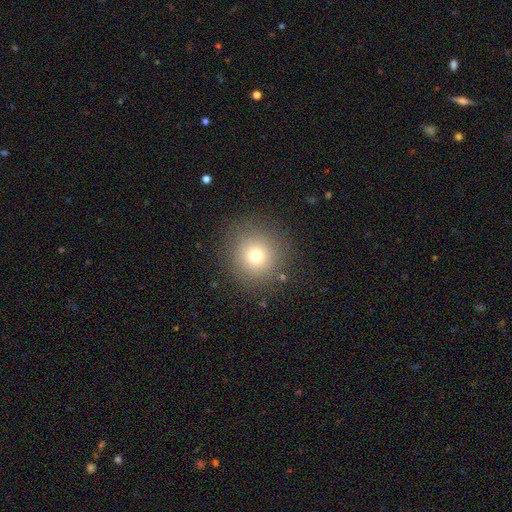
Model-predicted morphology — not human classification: Q: Smooth or featured?
A: smooth (72%); runner-up: star or artifact (16%)
Q: How rounded?
A: round (94%); runner-up: in between (5%)
Q: Merging?
A: none (87%); runner-up: minor disturbance (8%)